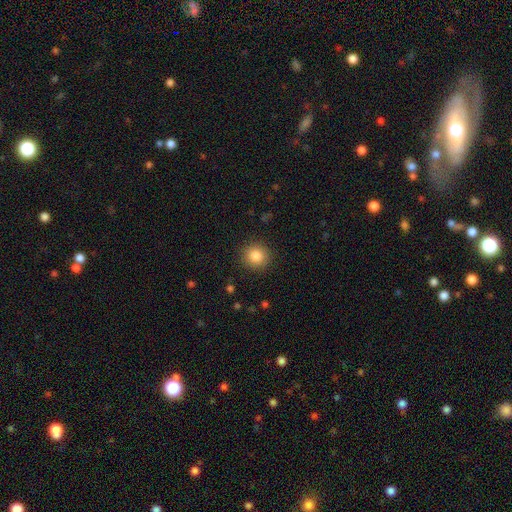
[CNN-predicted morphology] smooth-or-featured: smooth: 85% | star or artifact: 10% | featured or disk: 5%
  how-rounded: round: 91% | in between: 8% | cigar-shaped: 1%
  merging: none: 90% | minor disturbance: 6% | major disturbance: 2% | merger: 1%